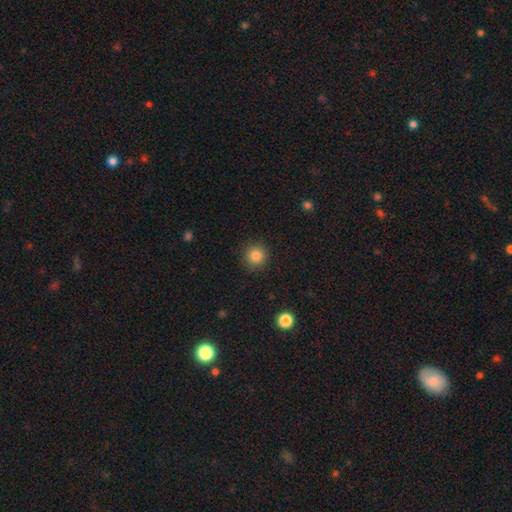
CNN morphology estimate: smooth-or-featured: smooth: 84% | star or artifact: 11% | featured or disk: 5%
  how-rounded: round: 94% | in between: 5% | cigar-shaped: 1%
  merging: none: 91% | minor disturbance: 6% | major disturbance: 2% | merger: 1%